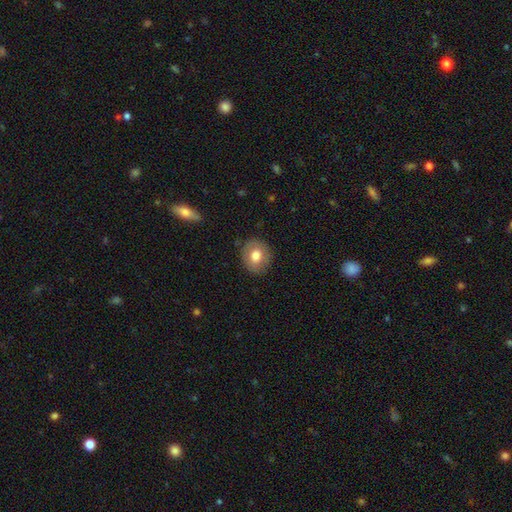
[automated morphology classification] A smooth galaxy with no disk features (75%) that is round (73%).

Vote fractions:
- Smooth or featured? smooth: 75% / featured or disk: 16% / star or artifact: 8%
- How rounded? round: 73% / in between: 26% / cigar-shaped: 1%
- Merging? none: 86% / minor disturbance: 10% / major disturbance: 3% / merger: 1%